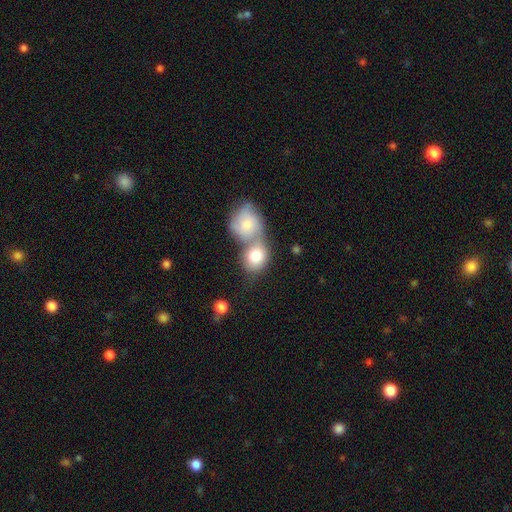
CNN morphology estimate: A smooth galaxy with no disk features (77%) that is round (62%). Merging: merger (68%).